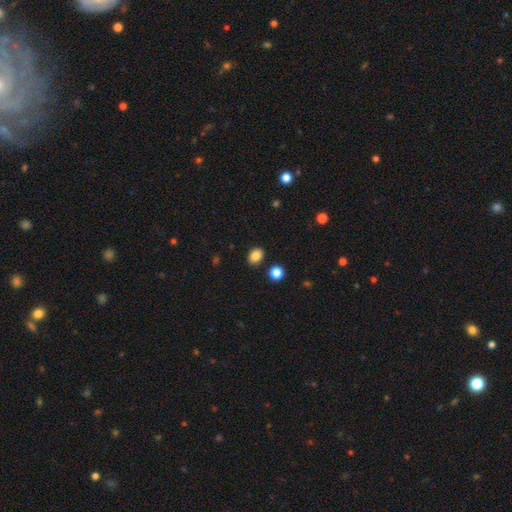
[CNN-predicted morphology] Smooth or featured? Predicted: smooth (p=0.85). How rounded? Predicted: in between (p=0.65). Merging? Predicted: none (p=0.87).